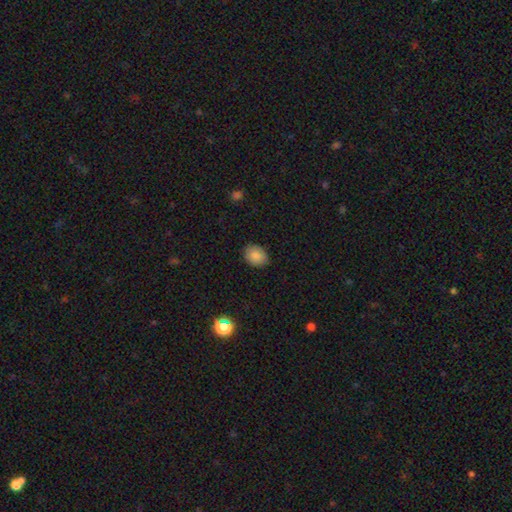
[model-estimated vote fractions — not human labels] Morphology: type=smooth (86%); roundness=in between (60%); merging=none (85%).